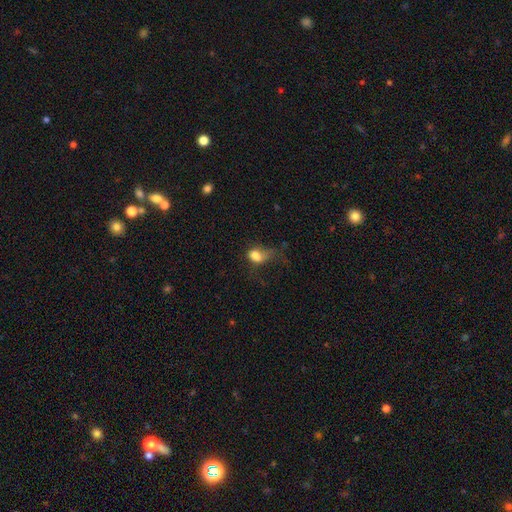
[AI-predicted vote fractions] This appears to be a smooth galaxy with no disk features (72%) that is in between round and cigar-shaped (69%). Merging: major disturbance (50%).